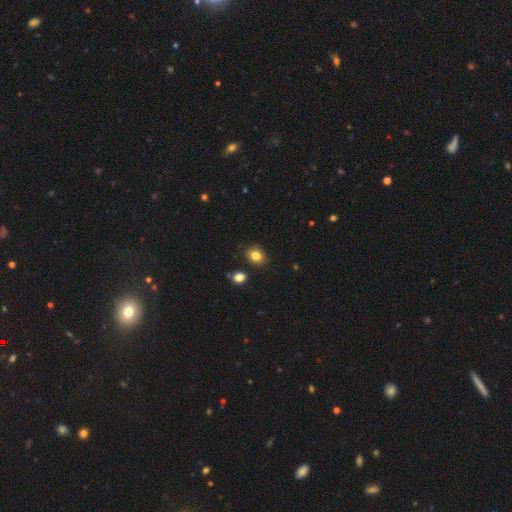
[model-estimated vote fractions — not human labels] This is clearly a smooth galaxy (84%). How rounded: possibly round (56%). Merging: clearly none (86%).